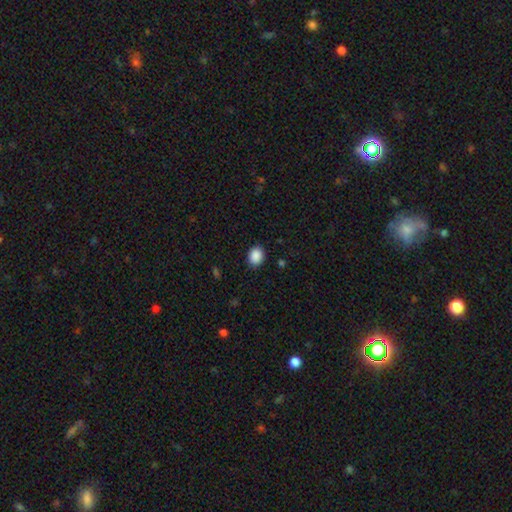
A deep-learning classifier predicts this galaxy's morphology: This is clearly a smooth galaxy (89%). How rounded: possibly round (52%). Merging: clearly none (87%).